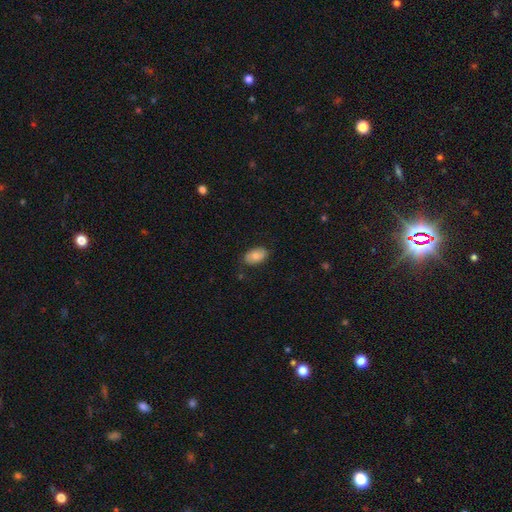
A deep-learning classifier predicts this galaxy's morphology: This is likely a smooth galaxy (69%). How rounded: clearly in between (92%). Merging: likely none (80%).